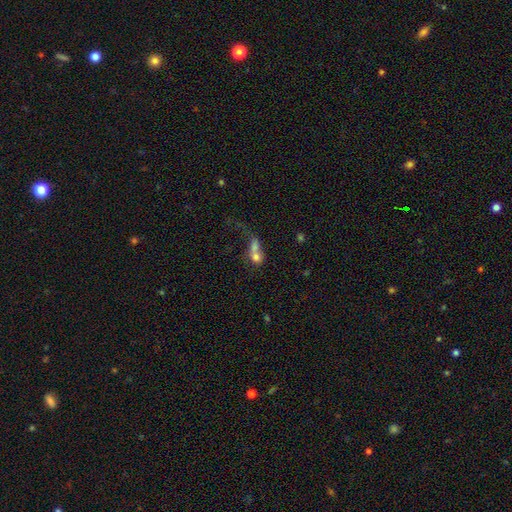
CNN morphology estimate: Q: Smooth or featured?
A: smooth (62%); runner-up: featured or disk (25%)
Q: How rounded?
A: round (56%); runner-up: in between (40%)
Q: Merging?
A: merger (67%); runner-up: none (14%)